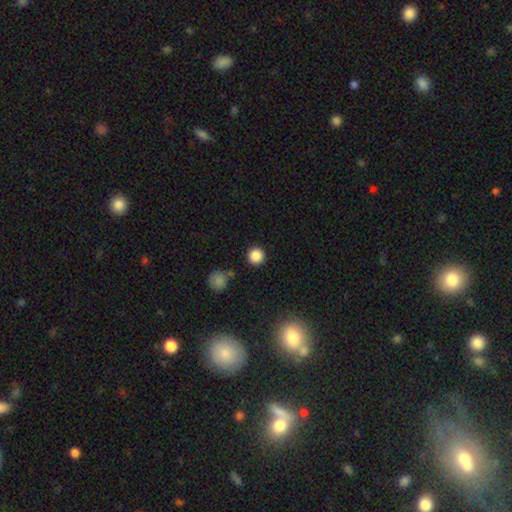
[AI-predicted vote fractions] Overall: smooth (86%). How rounded: round (95%). Merging: none (88%).